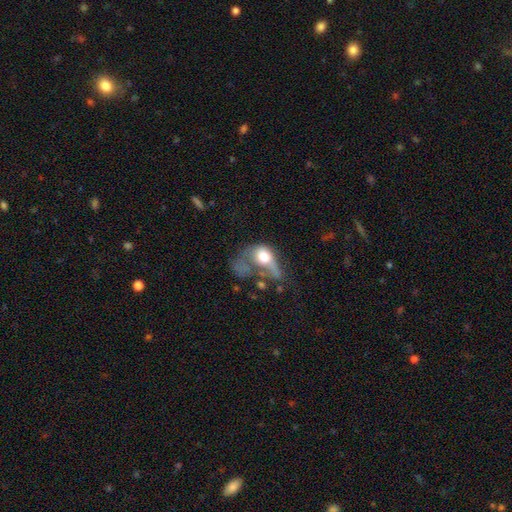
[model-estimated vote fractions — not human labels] Smooth or featured? Predicted: smooth (p=0.46). Merging? Predicted: major disturbance (p=0.56).